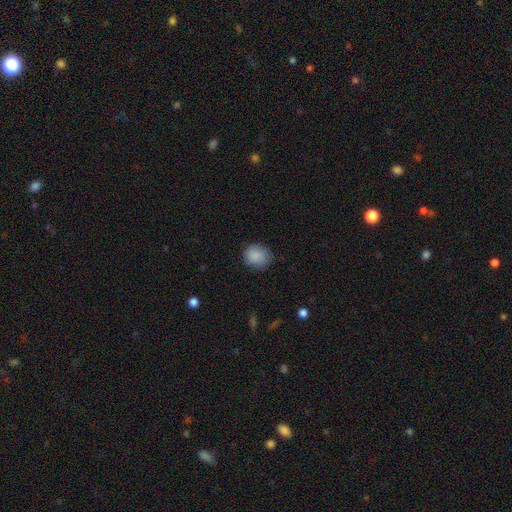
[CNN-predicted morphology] smooth 87%, star or artifact 8%, featured or disk 5%. Down the decision tree: how rounded — round (76%); merging — none (80%).